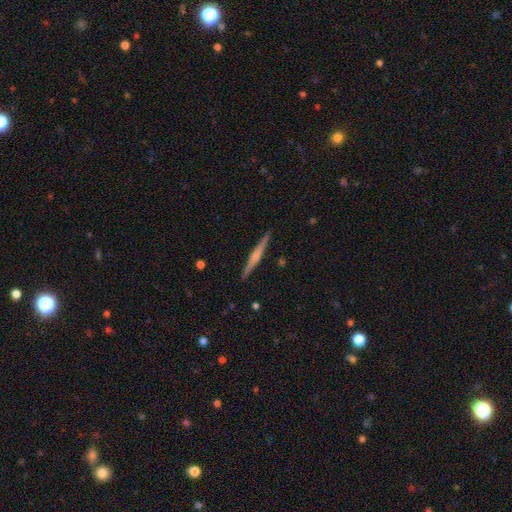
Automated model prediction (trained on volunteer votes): A featured or disk galaxy (66%) viewed edge-on (98%) with a rounded central bulge (54%). Merging: none (92%).